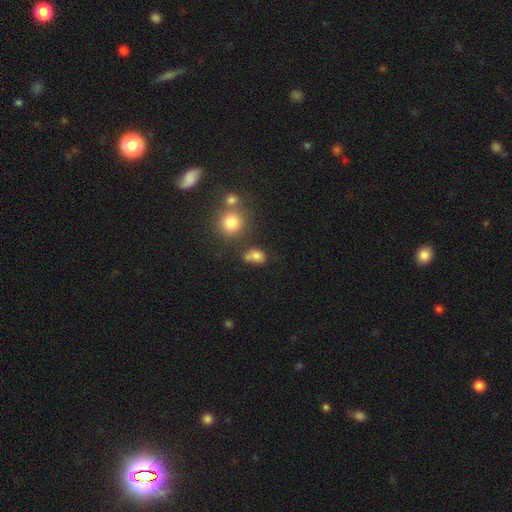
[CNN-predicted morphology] smooth-or-featured: smooth: 78% | star or artifact: 14% | featured or disk: 8%
  how-rounded: in between: 68% | round: 30% | cigar-shaped: 2%
  merging: none: 51% | minor disturbance: 21% | merger: 20% | major disturbance: 8%